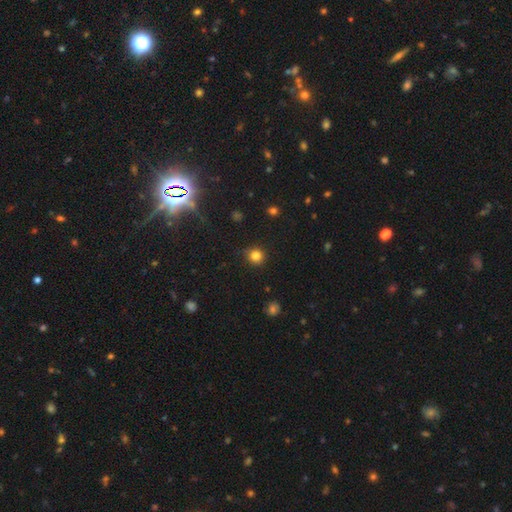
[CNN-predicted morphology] Smooth or featured: smooth — 82% (star or artifact — 14%)
How rounded: round — 93% (in between — 6%)
Merging: none — 89% (minor disturbance — 8%)